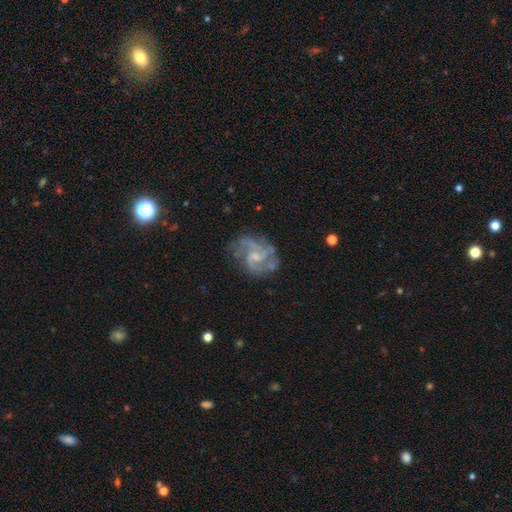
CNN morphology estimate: A featured or disk galaxy (88%) with a weak bar (47%), 2 (41%) medium (56%) spiral arms (96%) and a small central bulge (51%).

Vote fractions:
- Smooth or featured? featured or disk: 88% / smooth: 7% / star or artifact: 6%
- Edge-on disk? no: 98% / yes: 2%
- Bar? weak: 47% / no: 45% / strong: 8%
- Spiral arms? yes: 96% / no: 4%
- Spiral winding? medium: 56% / tight: 28% / loose: 16%
- Spiral arm count? 2: 41% / 3: 29% / can't tell: 14% / 4: 7% / 1: 5% / more than 4: 5%
- Bulge size? small: 51% / moderate: 30% / none: 16% / large: 2% / dominant: 1%
- Merging? none: 65% / minor disturbance: 20% / major disturbance: 13% / merger: 2%